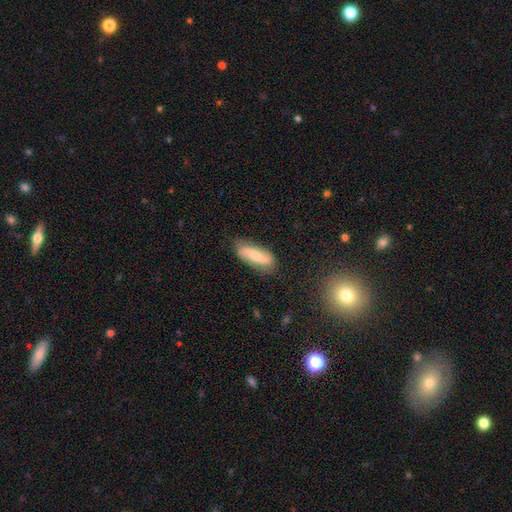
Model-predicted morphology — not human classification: Smooth or featured? Predicted: featured or disk (p=0.54). Edge-on disk? Predicted: no (p=0.84). Merging? Predicted: none (p=0.78).